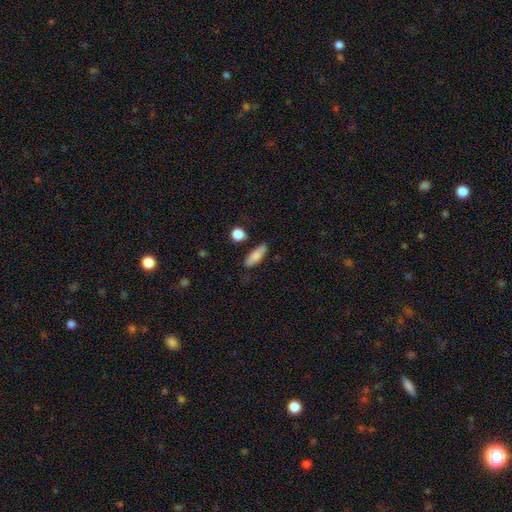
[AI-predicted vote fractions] Overall: smooth (81%). How rounded: in between (55%; cigar-shaped 41%). Merging: none (76%).